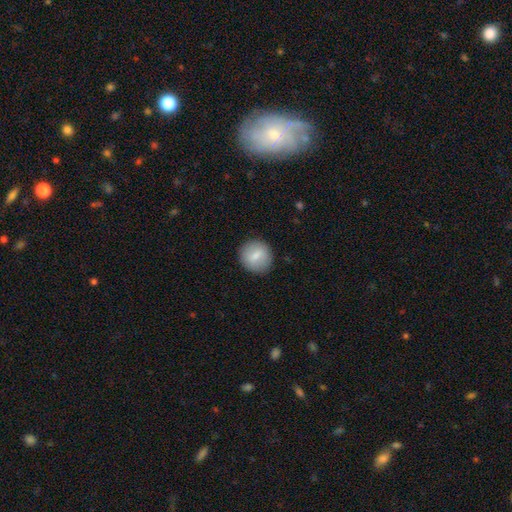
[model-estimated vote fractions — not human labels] smooth 77%, featured or disk 15%, star or artifact 7%. Down the decision tree: how rounded — round (89%); merging — none (88%).